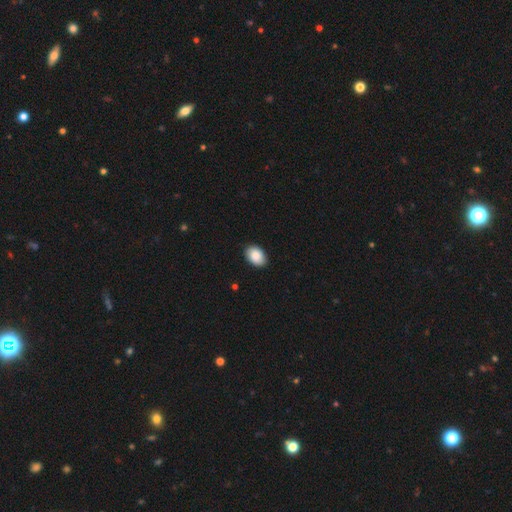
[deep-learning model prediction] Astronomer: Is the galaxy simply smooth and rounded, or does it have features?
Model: smooth — 89%.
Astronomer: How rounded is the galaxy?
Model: in between — 85%.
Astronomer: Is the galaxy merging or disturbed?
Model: none — 88%.